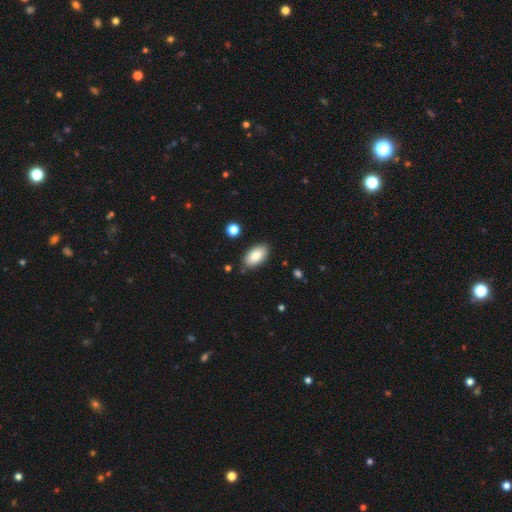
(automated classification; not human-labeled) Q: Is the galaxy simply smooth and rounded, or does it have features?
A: smooth — 86%.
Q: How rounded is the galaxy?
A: in between — 94%.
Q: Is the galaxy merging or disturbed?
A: none — 85%.